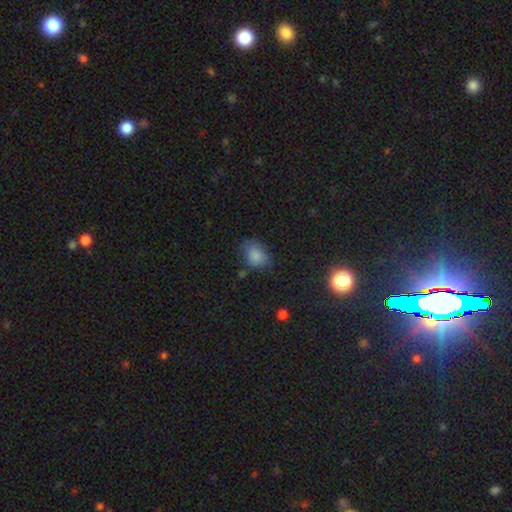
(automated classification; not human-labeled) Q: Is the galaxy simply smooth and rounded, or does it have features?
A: smooth — 83%.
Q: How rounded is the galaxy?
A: in between — 65%.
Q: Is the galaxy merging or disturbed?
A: none — 62%.